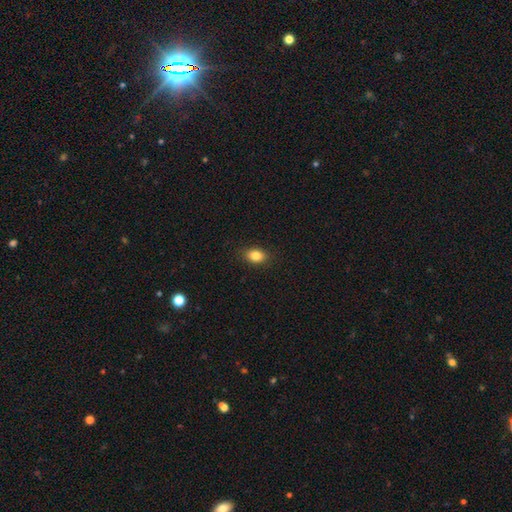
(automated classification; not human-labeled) A smooth galaxy with no disk features (84%) that is in between round and cigar-shaped (76%).

Vote fractions:
- Smooth or featured? smooth: 84% / star or artifact: 9% / featured or disk: 6%
- How rounded? in between: 76% / round: 23% / cigar-shaped: 2%
- Merging? none: 88% / minor disturbance: 9% / major disturbance: 2% / merger: 1%